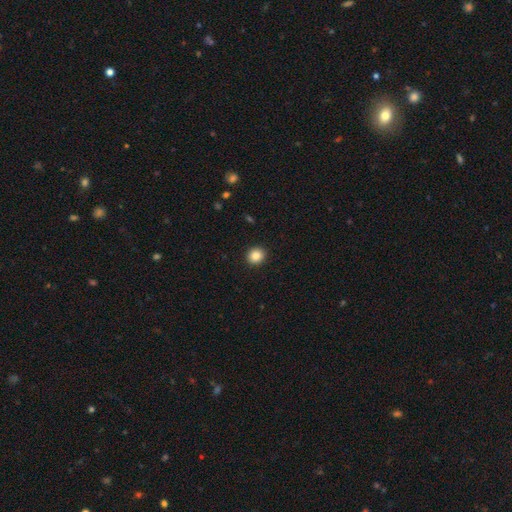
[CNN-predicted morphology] smooth_or_featured: smooth (p=0.87) [alt: star or artifact p=0.09]
how_rounded: round (p=0.86) [alt: in between p=0.13]
merging: none (p=0.92) [alt: minor disturbance p=0.05]